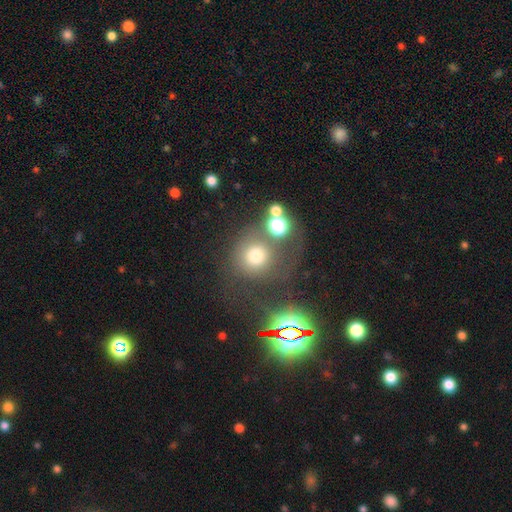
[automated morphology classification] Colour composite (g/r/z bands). It shows a smooth galaxy with no disk features (67%) that is round (90%). Merging: none (55%).